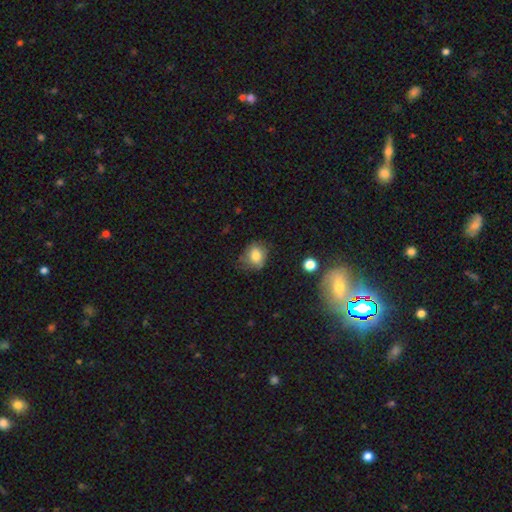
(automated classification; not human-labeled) Overall: smooth (76%). How rounded: round (60%; in between 39%). Merging: none (62%; minor disturbance 27%).